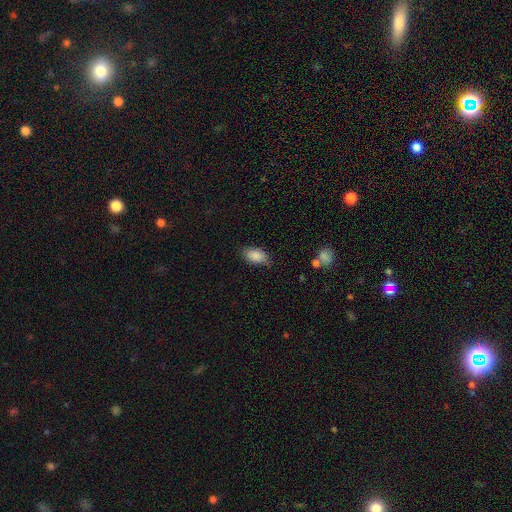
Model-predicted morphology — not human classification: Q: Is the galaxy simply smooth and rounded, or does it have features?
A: smooth — 87%.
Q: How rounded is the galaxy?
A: in between — 91%.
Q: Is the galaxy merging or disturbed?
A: none — 71%.